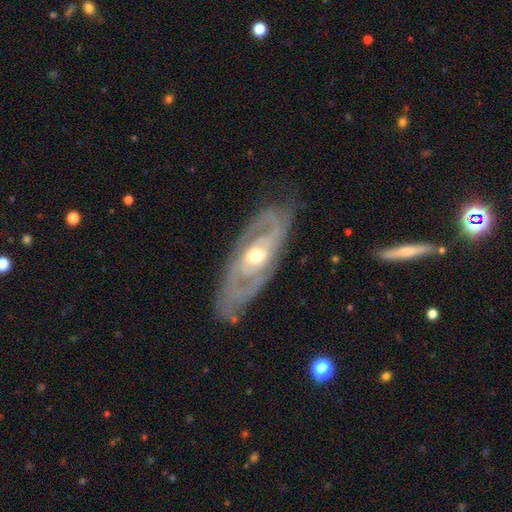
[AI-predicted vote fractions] smooth-or-featured: featured or disk: 86% | smooth: 10% | star or artifact: 5%
  disk-edge-on: no: 89% | yes: 11%
    bar: no: 56% | weak: 30% | strong: 15%
    has-spiral-arms: yes: 86% | no: 14%
      spiral-winding: tight: 57% | medium: 32% | loose: 11%
      spiral-arm-count: 2: 68% | can't tell: 19% | 3: 5% | 1: 4% | 4: 2% | more than 4: 2%
    bulge-size: moderate: 63% | small: 32% | large: 4% | dominant: 1% | none: 1%
  merging: none: 79% | minor disturbance: 14% | major disturbance: 6% | merger: 2%